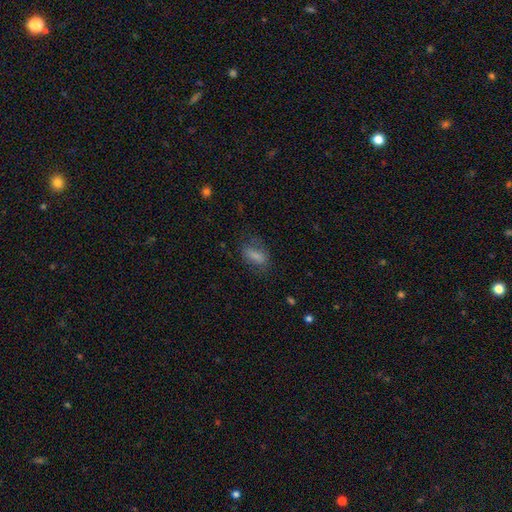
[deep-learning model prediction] Morphology: type=smooth (76%); roundness=in between (77%); merging=none (65%).